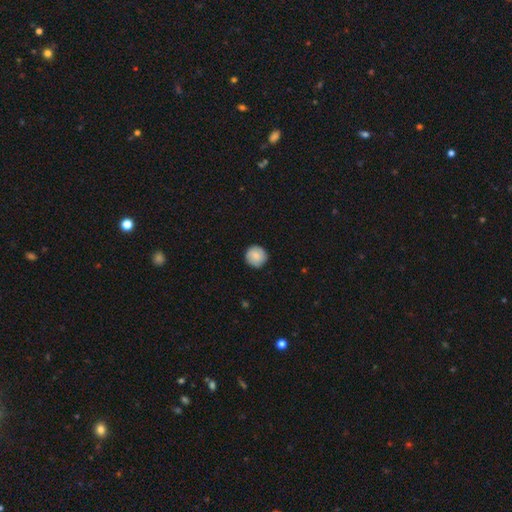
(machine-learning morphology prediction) Q: Smooth or featured?
A: smooth (80%); runner-up: featured or disk (13%)
Q: How rounded?
A: round (95%); runner-up: in between (4%)
Q: Merging?
A: none (88%); runner-up: minor disturbance (9%)